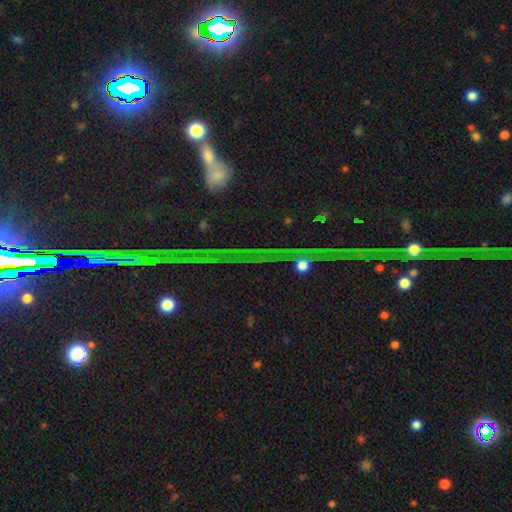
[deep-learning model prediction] Q: Smooth or featured?
A: star or artifact (76%); runner-up: smooth (12%)